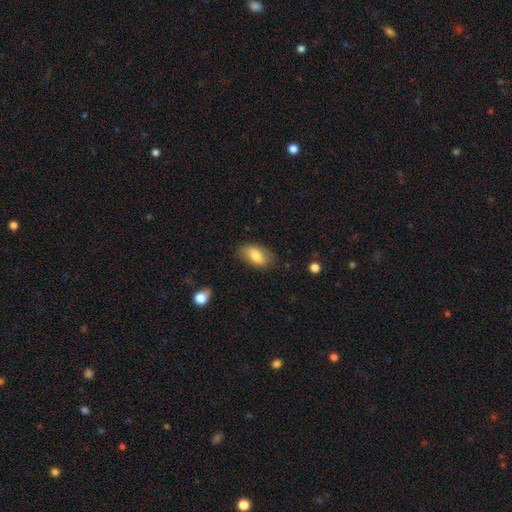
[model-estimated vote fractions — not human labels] Q: Smooth or featured?
A: smooth (78%); runner-up: featured or disk (15%)
Q: How rounded?
A: in between (92%); runner-up: round (5%)
Q: Merging?
A: none (78%); runner-up: minor disturbance (17%)